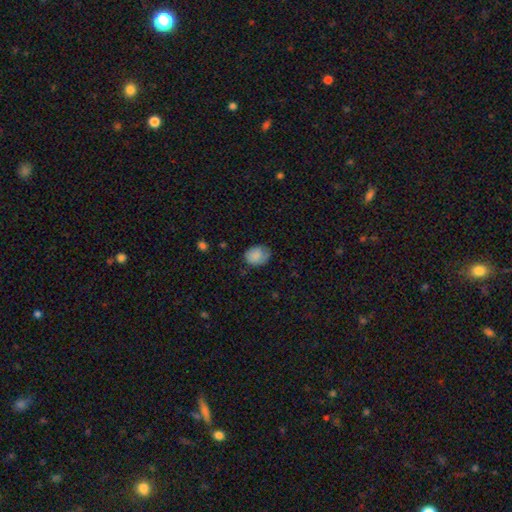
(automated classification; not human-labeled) Smooth or featured? Predicted: smooth (p=0.80). How rounded? Predicted: in between (p=0.56). Merging? Predicted: none (p=0.58).